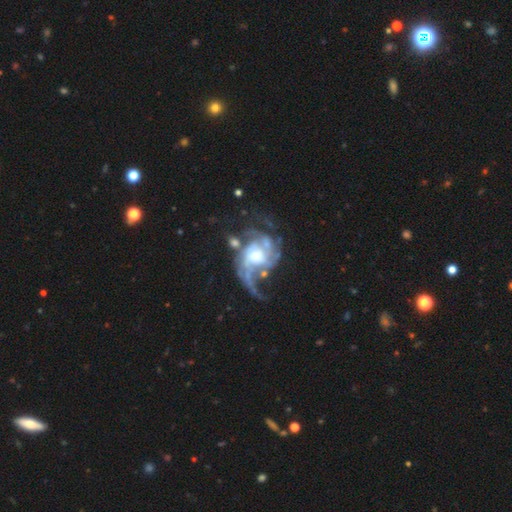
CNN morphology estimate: featured or disk 90%, star or artifact 5%, smooth 4%. Down the decision tree: edge-on disk — no (98%); bar — no (64%); spiral arms — yes (97%); spiral arm count — 2 (37%); spiral winding — medium (44%); bulge size — moderate (57%); merging — none (44%).